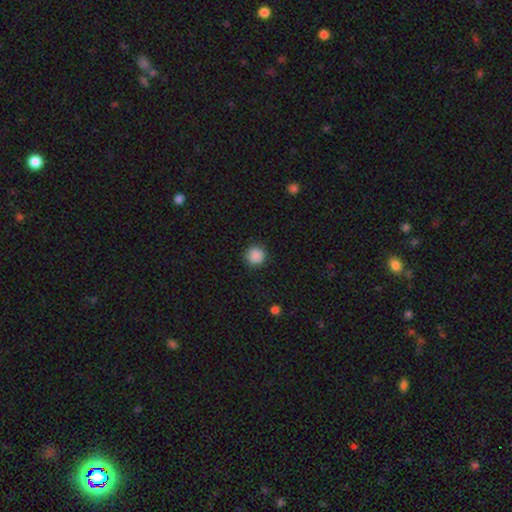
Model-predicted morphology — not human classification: Overall: smooth (88%). How rounded: round (95%). Merging: none (91%).